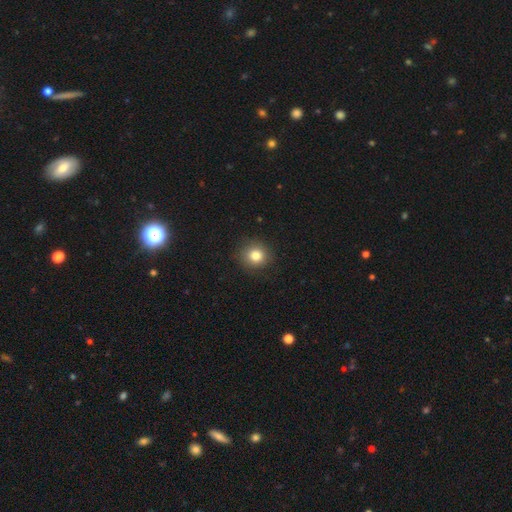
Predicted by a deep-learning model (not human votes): Smooth or featured?
  - smooth: 82% *
  - star or artifact: 11%
  - featured or disk: 7%
How rounded?
  - round: 88% *
  - in between: 11%
  - cigar-shaped: 1%
Merging?
  - none: 88% *
  - minor disturbance: 8%
  - major disturbance: 3%
  - merger: 1%